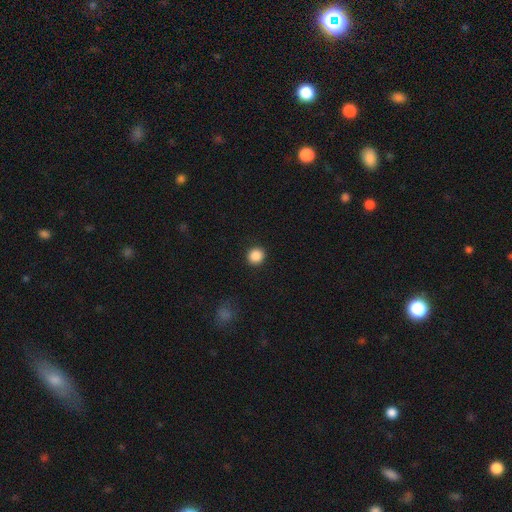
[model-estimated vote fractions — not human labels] Smooth or featured? smooth (87%)
How rounded? round (92%)
Merging? none (92%)